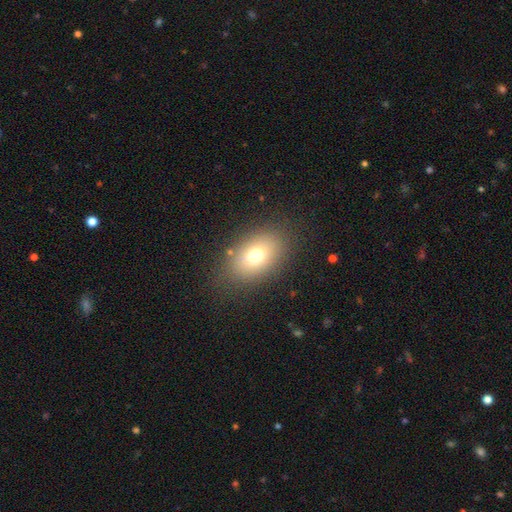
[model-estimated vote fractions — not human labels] Smooth or featured?
  - smooth: 72% *
  - featured or disk: 15%
  - star or artifact: 12%
How rounded?
  - in between: 80% *
  - round: 19%
  - cigar-shaped: 1%
Merging?
  - none: 82% *
  - minor disturbance: 11%
  - major disturbance: 5%
  - merger: 2%